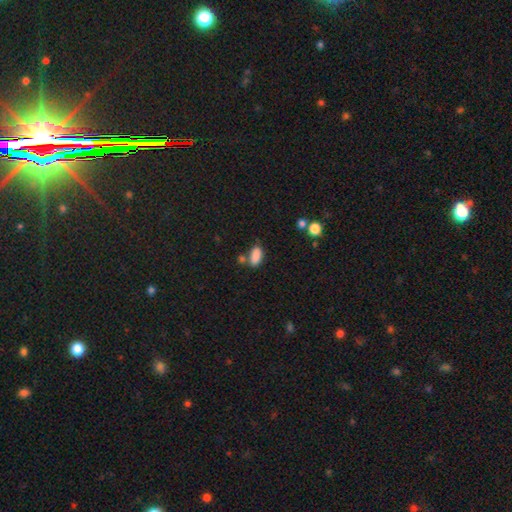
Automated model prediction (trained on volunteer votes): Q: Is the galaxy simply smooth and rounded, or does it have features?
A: smooth — 87%.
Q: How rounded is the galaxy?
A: in between — 89%.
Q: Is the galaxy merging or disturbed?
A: none — 64%.